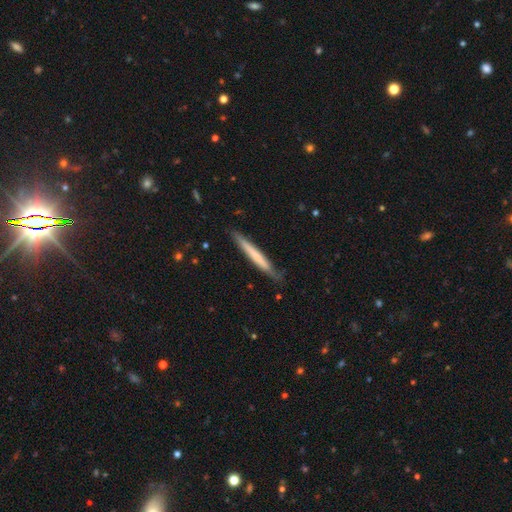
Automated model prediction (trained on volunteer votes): smooth_or_featured: smooth (p=0.56) [alt: featured or disk p=0.39]
how_rounded: cigar-shaped (p=0.97) [alt: in between p=0.02]
merging: none (p=0.80) [alt: minor disturbance p=0.16]